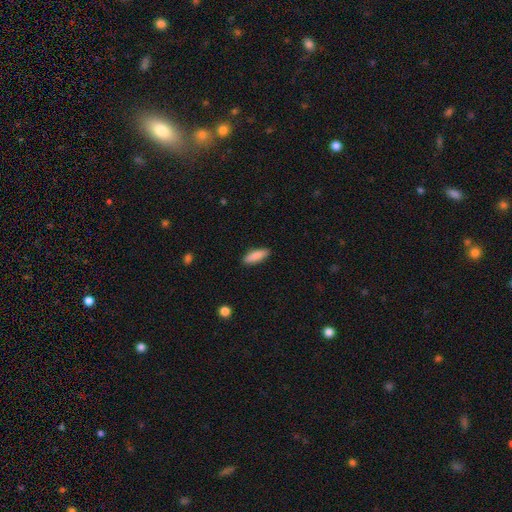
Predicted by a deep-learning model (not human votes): This appears to be a smooth galaxy with no disk features (87%) that is in between round and cigar-shaped (51%). Merging: none (89%).